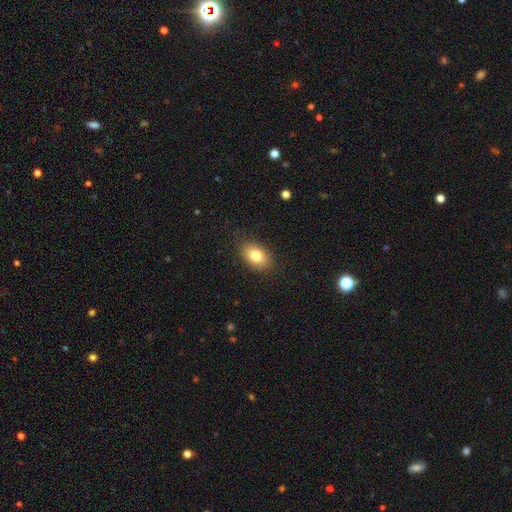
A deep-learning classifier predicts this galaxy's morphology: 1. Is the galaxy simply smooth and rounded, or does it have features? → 80% smooth, 11% featured or disk, 9% star or artifact.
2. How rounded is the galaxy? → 85% in between, 14% round, 1% cigar-shaped.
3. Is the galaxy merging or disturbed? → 86% none, 10% minor disturbance, 3% major disturbance, 1% merger.